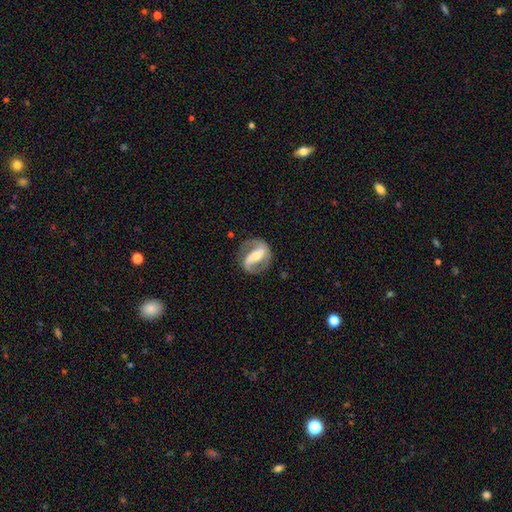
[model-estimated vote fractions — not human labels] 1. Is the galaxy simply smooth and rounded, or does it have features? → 85% featured or disk, 10% smooth, 5% star or artifact.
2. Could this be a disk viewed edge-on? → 96% no, 4% yes.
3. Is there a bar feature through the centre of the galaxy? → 57% strong, 27% weak, 17% no.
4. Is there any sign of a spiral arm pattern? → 93% yes, 7% no.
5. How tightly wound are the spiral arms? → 50% medium, 26% tight, 24% loose.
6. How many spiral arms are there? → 88% 2, 6% 1, 4% can't tell, 1% 3, 1% 4, 1% more than 4.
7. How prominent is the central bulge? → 51% moderate, 41% small, 5% large, 2% none, 1% dominant.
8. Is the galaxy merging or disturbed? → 77% none, 14% minor disturbance, 7% major disturbance, 1% merger.